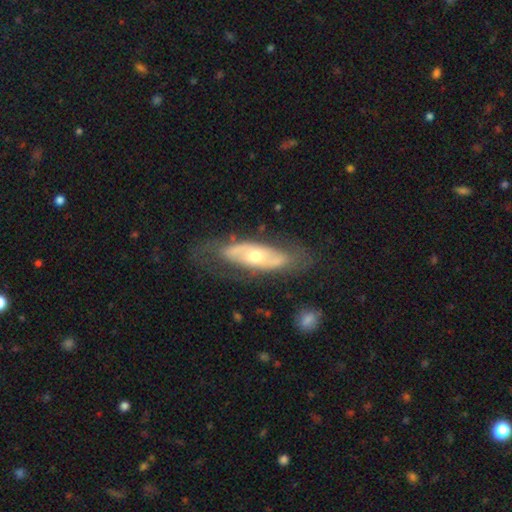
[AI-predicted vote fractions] smooth_or_featured: featured or disk (p=0.69) [alt: smooth p=0.26]
disk_edge_on: no (p=0.79) [alt: yes p=0.21]
bar: no (p=0.75) [alt: weak p=0.16]
has_spiral_arms: no (p=0.51) [alt: yes p=0.49]
bulge_size: moderate (p=0.62) [alt: small p=0.29]
merging: none (p=0.72) [alt: minor disturbance p=0.17]